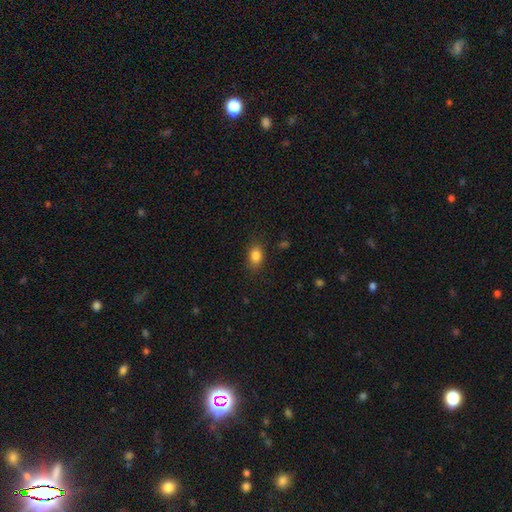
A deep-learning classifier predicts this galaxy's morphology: smooth-or-featured: smooth: 85% | star or artifact: 10% | featured or disk: 6%
  how-rounded: in between: 80% | round: 17% | cigar-shaped: 3%
  merging: none: 82% | minor disturbance: 13% | major disturbance: 4% | merger: 1%